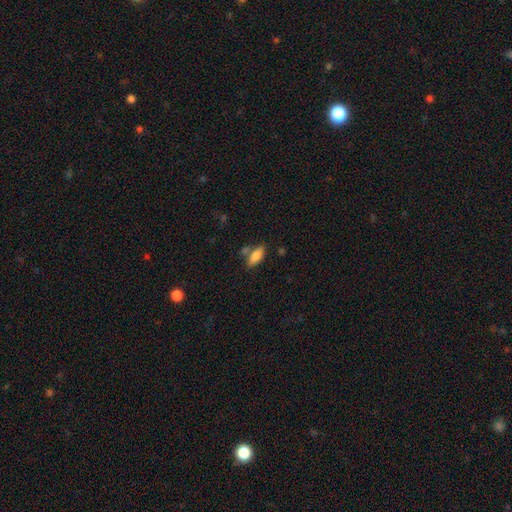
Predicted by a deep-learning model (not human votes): Overall: smooth (80%). How rounded: in between (73%). Merging: none (67%).